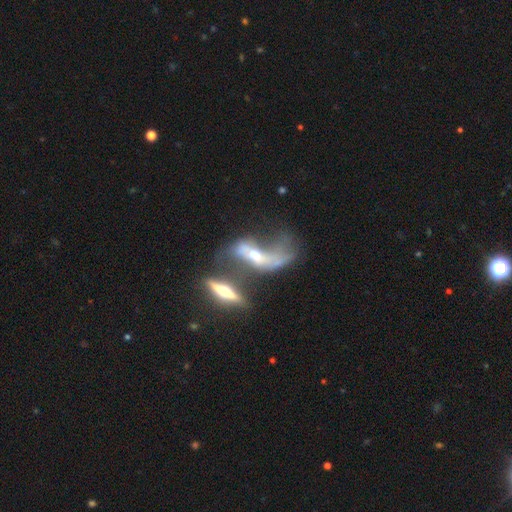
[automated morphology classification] This is likely a featured or disk galaxy (69%). It is likely not viewed edge-on (68%). Merging: possibly merger (54%).